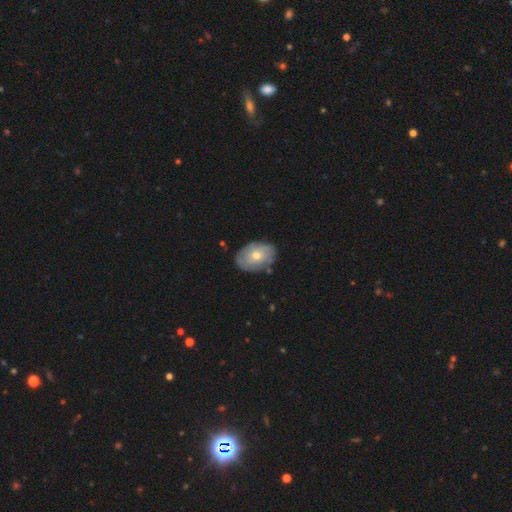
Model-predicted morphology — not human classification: The model was most divided on "smooth or featured": smooth: 52%, featured or disk: 41%, star or artifact: 7%. More confident: how rounded — in between (82%); merging — none (77%).